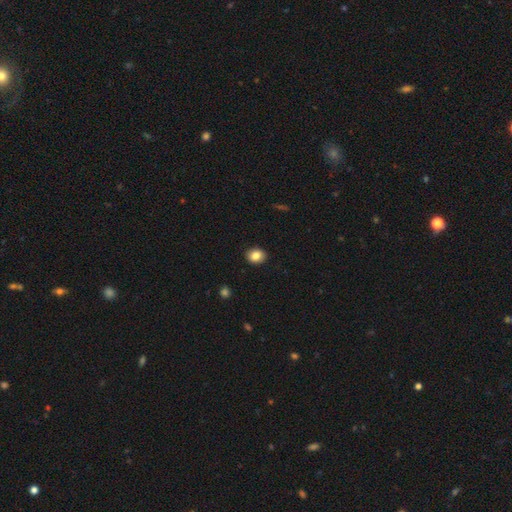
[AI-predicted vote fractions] A smooth galaxy with no disk features (85%) that is round (54%). Merging: none (91%).